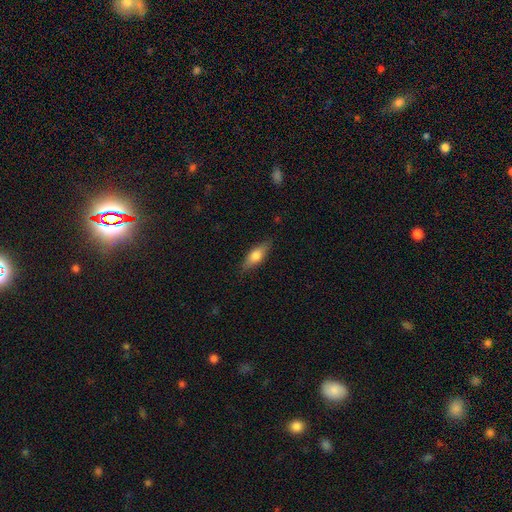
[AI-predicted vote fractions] This appears to be a smooth galaxy with no disk features (69%) that is in between round and cigar-shaped (65%). Merging: none (84%).